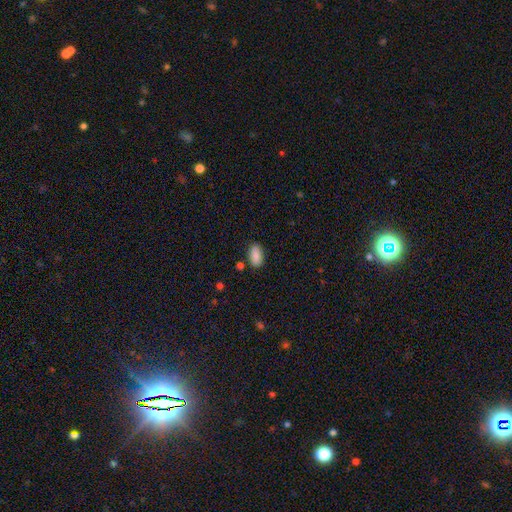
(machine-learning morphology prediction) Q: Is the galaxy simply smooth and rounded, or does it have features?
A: smooth — 85%.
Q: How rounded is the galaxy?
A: in between — 93%.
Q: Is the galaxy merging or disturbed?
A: none — 83%.